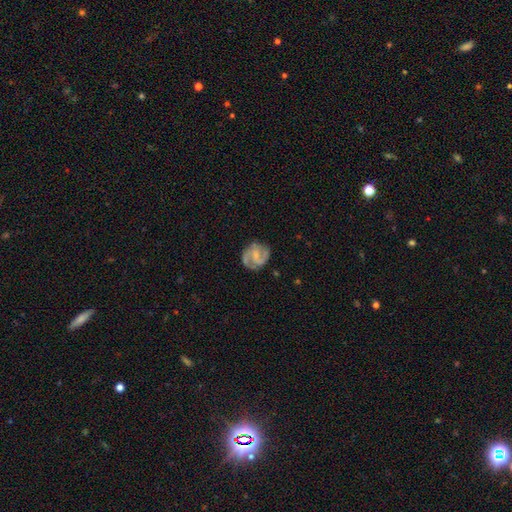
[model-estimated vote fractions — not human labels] featured or disk 82%, smooth 13%, star or artifact 5%. Down the decision tree: edge-on disk — no (98%); bar — weak (47%); spiral arms — yes (96%); spiral arm count — 2 (78%); spiral winding — medium (53%); bulge size — small (62%); merging — none (77%).